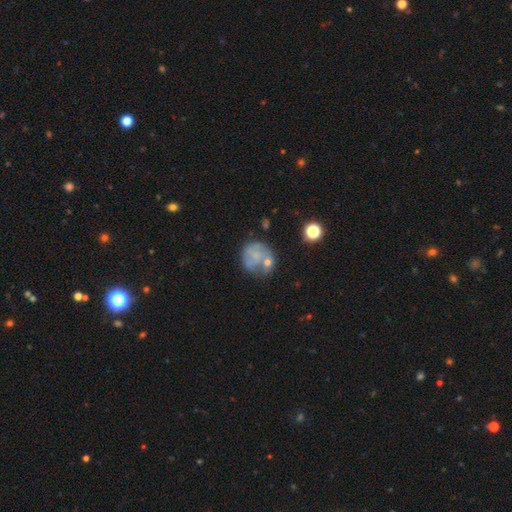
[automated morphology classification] Overall: smooth (55%; featured or disk 34%). How rounded: round (83%). Merging: none (45%; minor disturbance 22%).